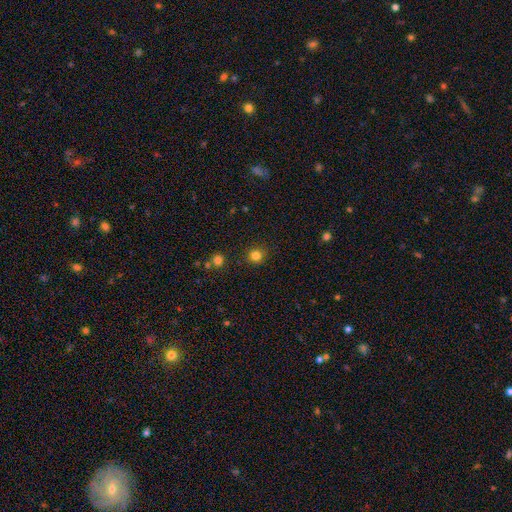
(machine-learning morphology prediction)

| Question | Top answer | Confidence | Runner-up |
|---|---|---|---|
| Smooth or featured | smooth | 81% | star or artifact (14%) |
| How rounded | round | 92% | in between (7%) |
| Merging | none | 90% | minor disturbance (6%) |